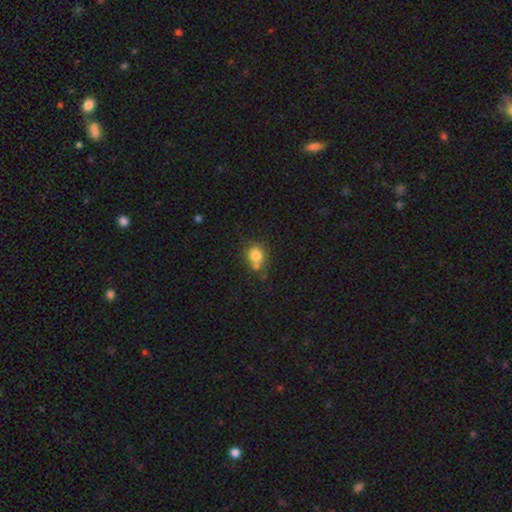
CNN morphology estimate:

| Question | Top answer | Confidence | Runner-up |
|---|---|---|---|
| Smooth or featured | smooth | 79% | star or artifact (11%) |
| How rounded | round | 75% | in between (24%) |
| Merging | none | 49% | merger (29%) |